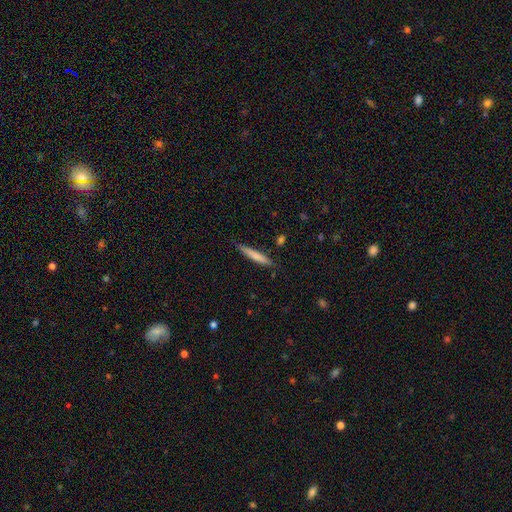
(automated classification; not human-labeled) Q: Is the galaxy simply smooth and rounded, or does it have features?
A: smooth — 72%.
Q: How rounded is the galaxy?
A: cigar-shaped — 93%.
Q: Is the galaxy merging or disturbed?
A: none — 80%.